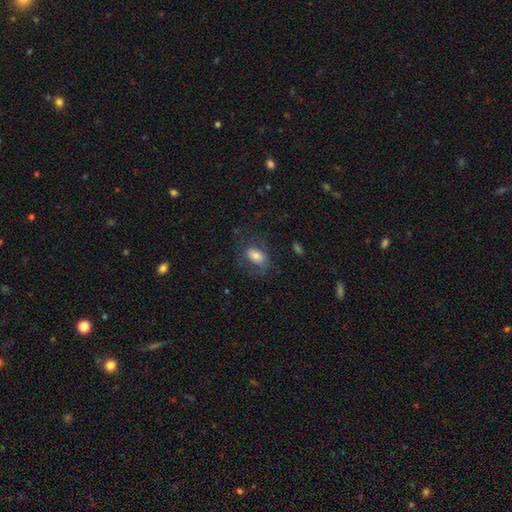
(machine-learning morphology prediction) A smooth galaxy with no disk features (69%) that is in between round and cigar-shaped (85%). Merging: none (59%).